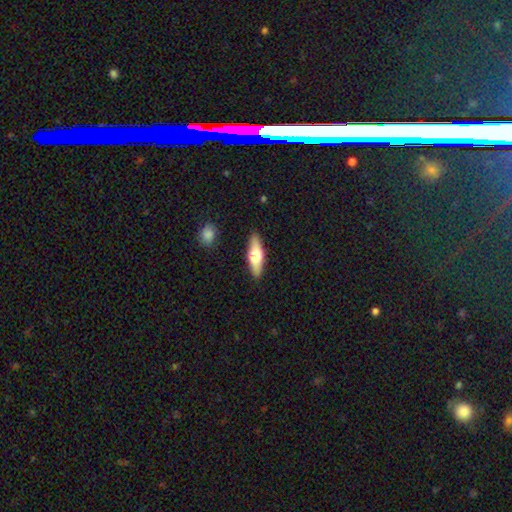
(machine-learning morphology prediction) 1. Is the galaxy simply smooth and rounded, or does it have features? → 58% smooth, 35% featured or disk, 6% star or artifact.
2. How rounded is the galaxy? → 54% in between, 44% cigar-shaped, 3% round.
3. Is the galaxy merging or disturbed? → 86% none, 10% minor disturbance, 2% major disturbance, 2% merger.